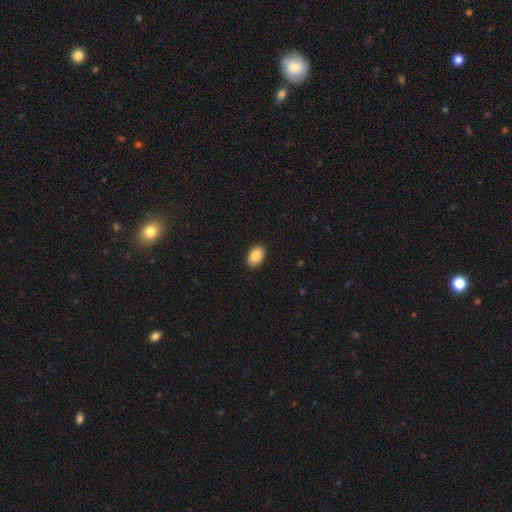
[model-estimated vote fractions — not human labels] Morphology: type=smooth (88%); roundness=in between (91%); merging=none (90%).